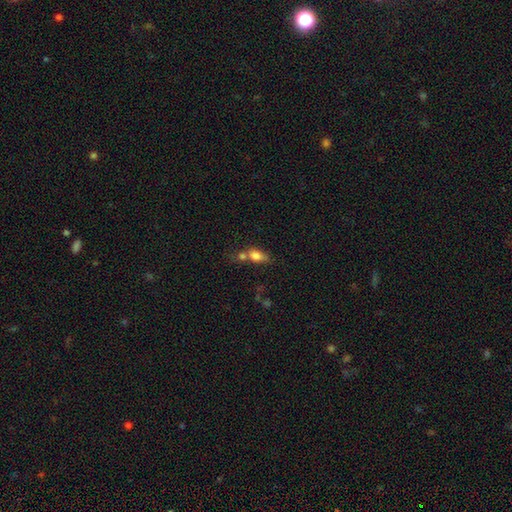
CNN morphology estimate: Smooth or featured? Predicted: smooth (p=0.76). How rounded? Predicted: in between (p=0.71). Merging? Predicted: merger (p=0.46).